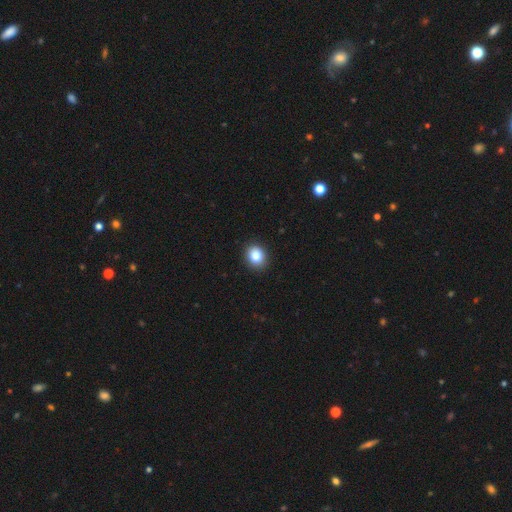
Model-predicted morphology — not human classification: A smooth galaxy with no disk features (85%) that is round (60%).

Vote fractions:
- Smooth or featured? smooth: 85% / star or artifact: 10% / featured or disk: 5%
- How rounded? round: 60% / in between: 39% / cigar-shaped: 1%
- Merging? none: 90% / minor disturbance: 7% / major disturbance: 2% / merger: 1%